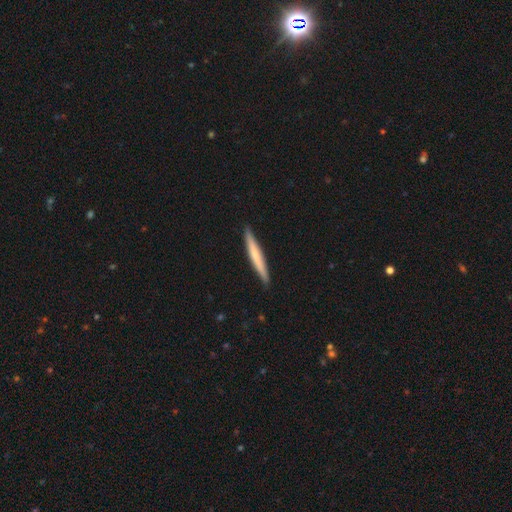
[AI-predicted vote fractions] Morphology: type=smooth (58%); roundness=cigar-shaped (96%); merging=none (91%).